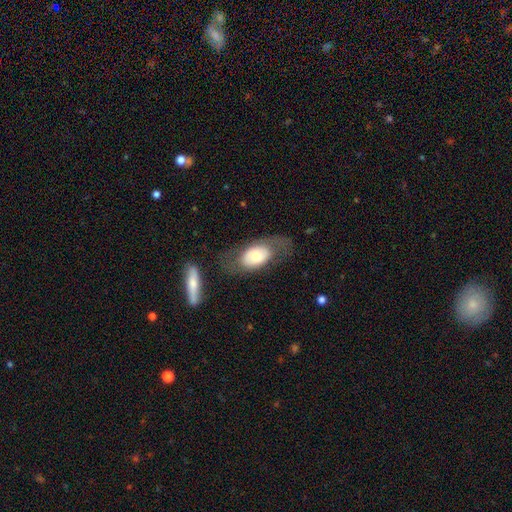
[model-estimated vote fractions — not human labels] Smooth or featured?
  - smooth: 59% *
  - featured or disk: 35%
  - star or artifact: 6%
How rounded?
  - in between: 88% *
  - round: 9%
  - cigar-shaped: 3%
Merging?
  - none: 54% *
  - major disturbance: 20%
  - minor disturbance: 19%
  - merger: 6%